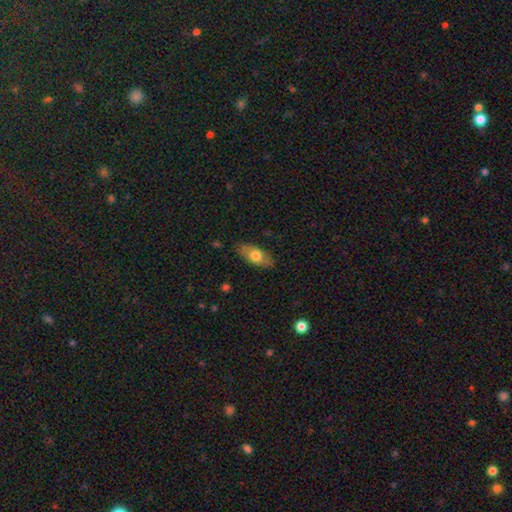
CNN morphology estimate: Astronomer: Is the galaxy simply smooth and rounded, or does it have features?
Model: smooth — 66%.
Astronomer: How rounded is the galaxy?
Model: in between — 86%.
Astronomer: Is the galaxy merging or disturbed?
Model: none — 82%.